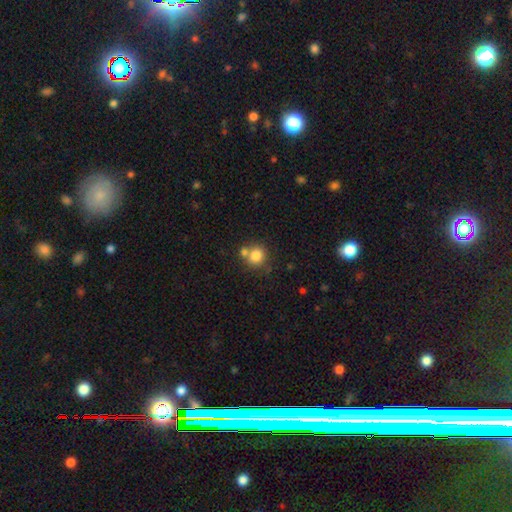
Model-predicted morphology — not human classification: Smooth or featured: smooth — 81% (star or artifact — 11%)
How rounded: round — 84% (in between — 15%)
Merging: none — 57% (merger — 29%)